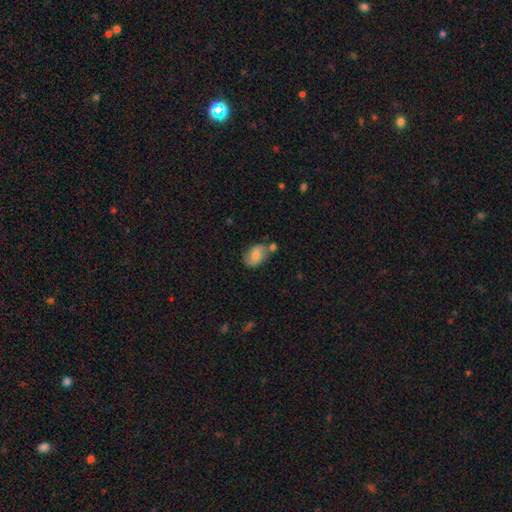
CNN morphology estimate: This appears to be a smooth galaxy with no disk features (53%) that is in between round and cigar-shaped (81%). Merging: none (53%).